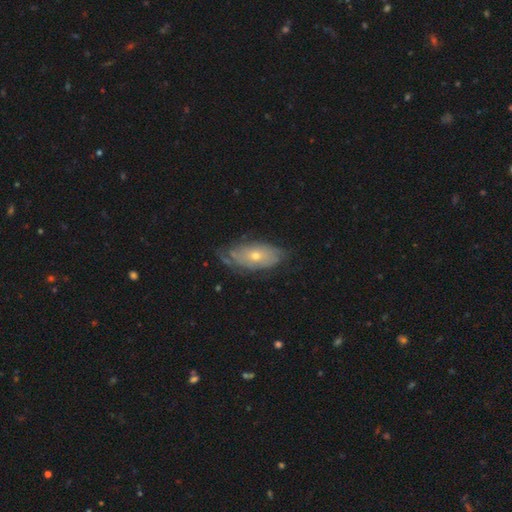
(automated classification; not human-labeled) The model was most divided on "bulge size": small: 53%, moderate: 43%, large: 2%, none: 1%, dominant: 1%. More confident: edge-on disk — no (86%); bar — no (86%); spiral arms — yes (66%); merging — none (63%); smooth or featured — featured or disk (59%).